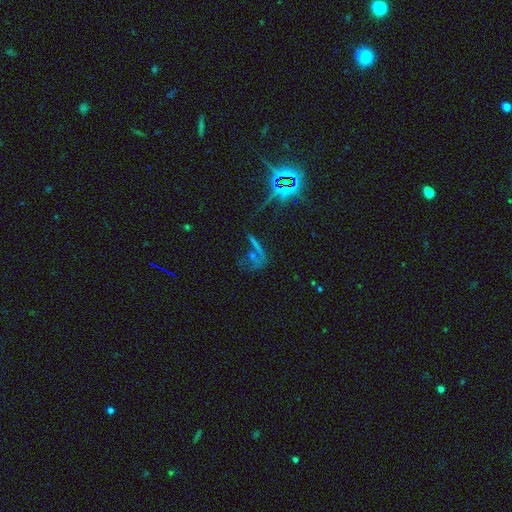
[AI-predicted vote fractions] A star or artifact, not a galaxy (44%).